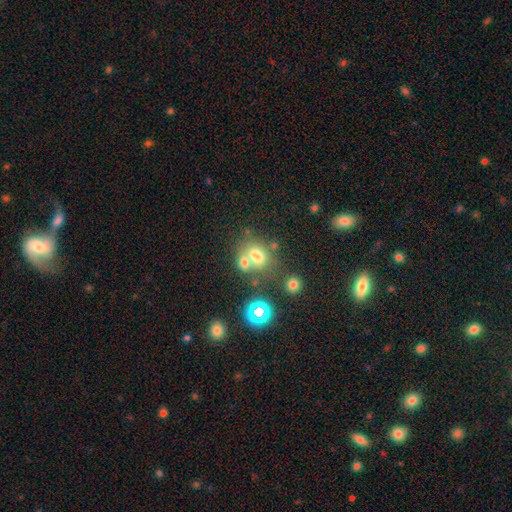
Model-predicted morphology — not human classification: smooth 65%, star or artifact 18%, featured or disk 16%. Down the decision tree: how rounded — in between (51%); merging — merger (44%).